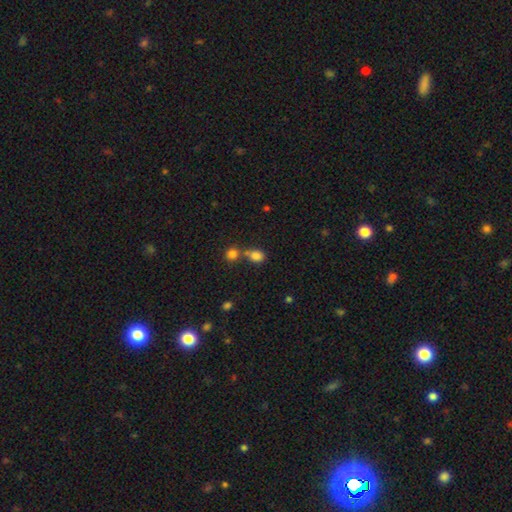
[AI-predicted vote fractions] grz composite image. It shows a smooth galaxy with no disk features (82%) that is in between round and cigar-shaped (54%). Merging: none (46%).